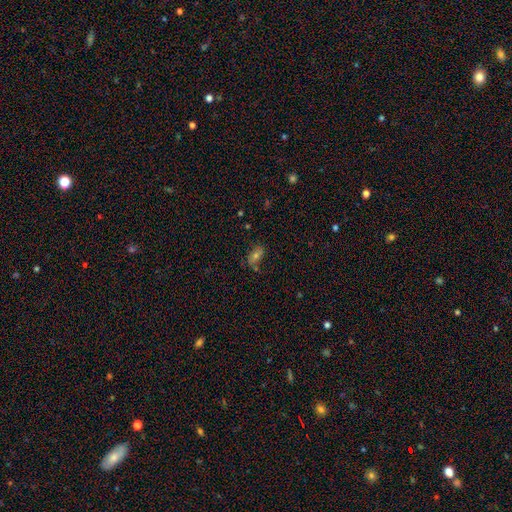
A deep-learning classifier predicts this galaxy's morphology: Smooth or featured: smooth — 53% (featured or disk — 27%)
How rounded: in between — 84% (round — 12%)
Merging: none — 69% (minor disturbance — 19%)